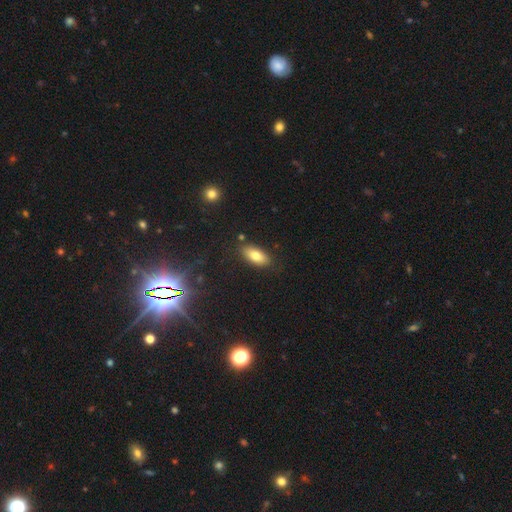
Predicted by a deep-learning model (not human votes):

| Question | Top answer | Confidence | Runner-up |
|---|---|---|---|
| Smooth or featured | smooth | 78% | featured or disk (13%) |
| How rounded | in between | 87% | cigar-shaped (10%) |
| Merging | none | 83% | minor disturbance (11%) |